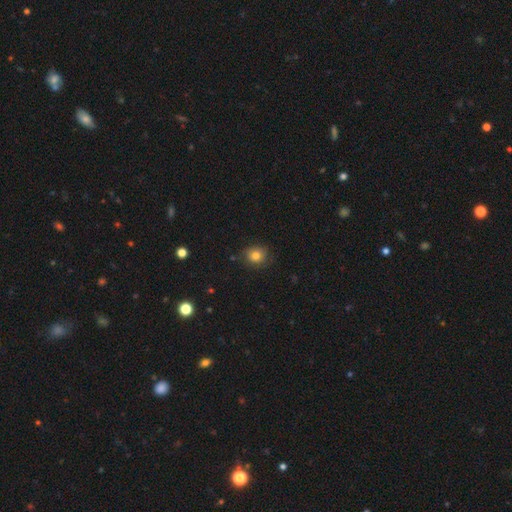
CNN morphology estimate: smooth-or-featured: smooth: 80% | star or artifact: 12% | featured or disk: 8%
  how-rounded: round: 78% | in between: 21% | cigar-shaped: 1%
  merging: none: 81% | minor disturbance: 14% | major disturbance: 3% | merger: 1%